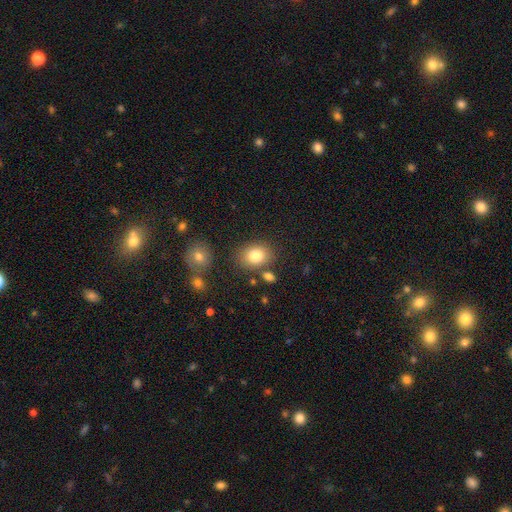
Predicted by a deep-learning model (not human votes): This appears to be a smooth galaxy with no disk features (81%) that is in between round and cigar-shaped (61%). Merging: none (76%).